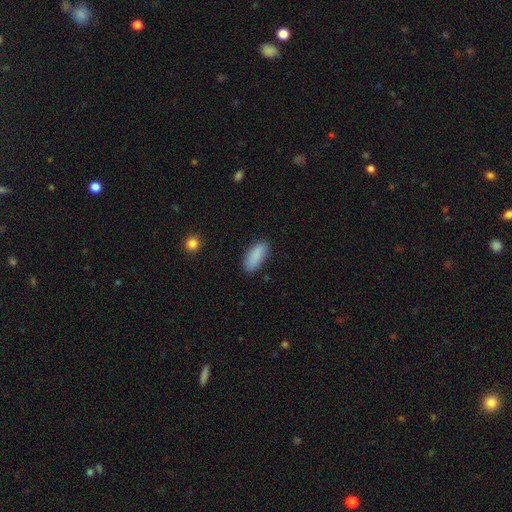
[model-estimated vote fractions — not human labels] smooth 89%, star or artifact 6%, featured or disk 5%. Down the decision tree: how rounded — in between (82%); merging — none (85%).